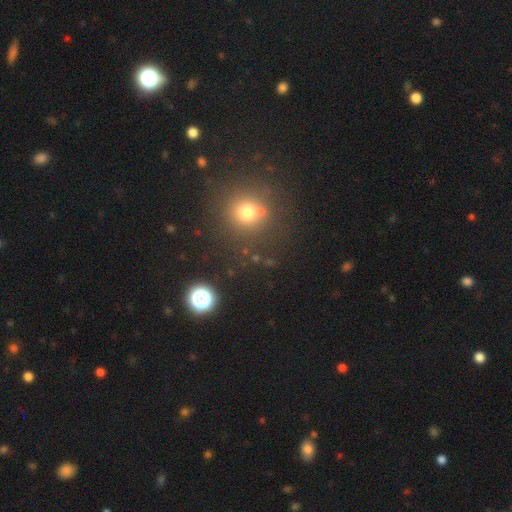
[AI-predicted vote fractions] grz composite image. It shows a smooth galaxy with no disk features (55%) that is round (88%). Merging: none (80%).